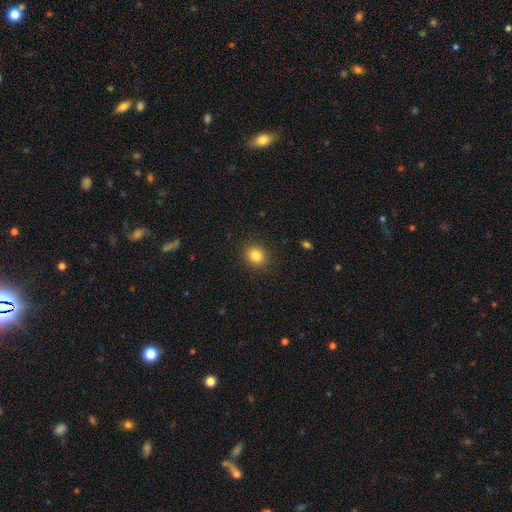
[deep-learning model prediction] Smooth or featured?
  - smooth: 84% *
  - star or artifact: 11%
  - featured or disk: 6%
How rounded?
  - round: 76% *
  - in between: 23%
  - cigar-shaped: 1%
Merging?
  - none: 89% *
  - minor disturbance: 7%
  - major disturbance: 2%
  - merger: 1%